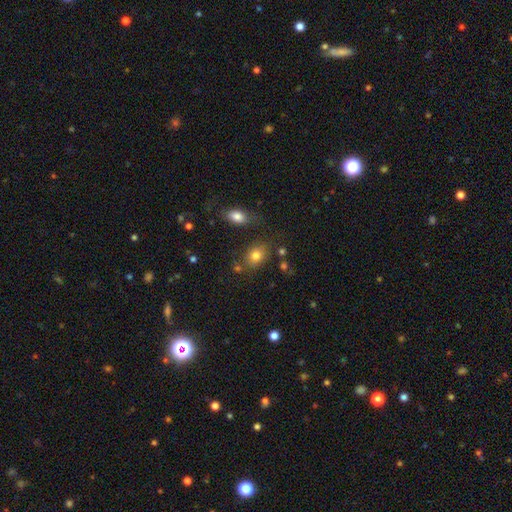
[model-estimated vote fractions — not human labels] This is likely a smooth galaxy (80%). How rounded: likely in between (61%). Merging: likely none (71%).